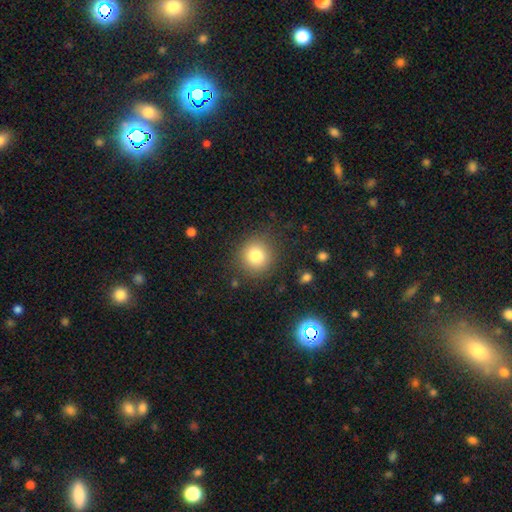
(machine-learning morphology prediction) A smooth galaxy with no disk features (80%) that is round (91%).

Vote fractions:
- Smooth or featured? smooth: 80% / star or artifact: 12% / featured or disk: 8%
- How rounded? round: 91% / in between: 8% / cigar-shaped: 1%
- Merging? none: 87% / minor disturbance: 8% / major disturbance: 4% / merger: 2%